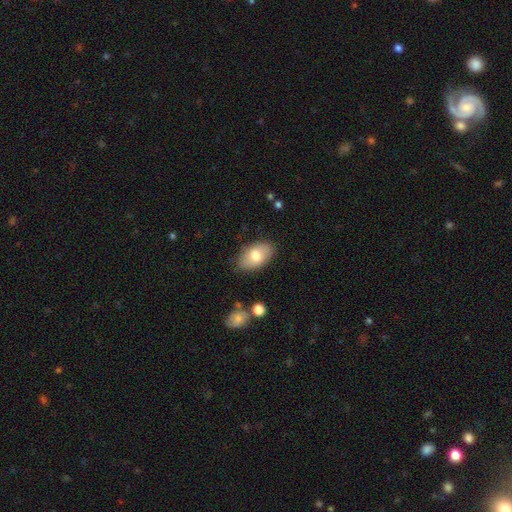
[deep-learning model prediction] This is likely a smooth galaxy (75%). How rounded: clearly in between (93%). Merging: clearly none (83%).